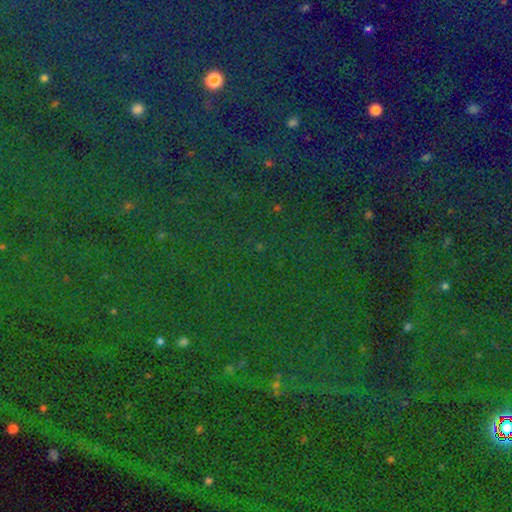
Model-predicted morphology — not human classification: smooth_or_featured: star or artifact (p=0.80) [alt: smooth p=0.13]